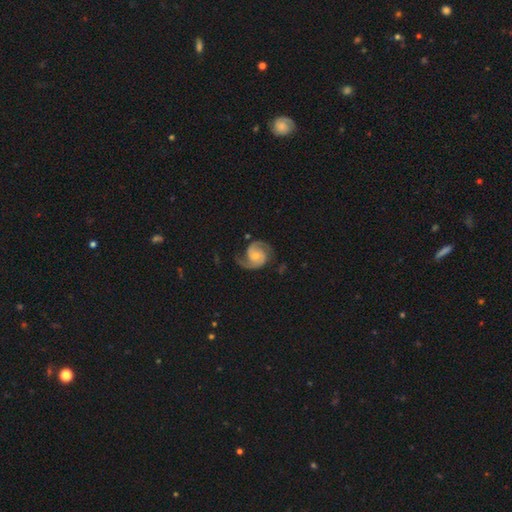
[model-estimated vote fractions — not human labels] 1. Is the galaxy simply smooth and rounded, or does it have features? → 90% featured or disk, 6% smooth, 5% star or artifact.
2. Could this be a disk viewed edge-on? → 98% no, 2% yes.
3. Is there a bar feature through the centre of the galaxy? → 66% no, 28% weak, 6% strong.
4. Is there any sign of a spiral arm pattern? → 98% yes, 2% no.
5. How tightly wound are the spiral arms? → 53% medium, 30% tight, 17% loose.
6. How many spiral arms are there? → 92% 2, 2% 1, 2% can't tell, 2% 3, 1% 4, 1% more than 4.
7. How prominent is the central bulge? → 54% small, 37% moderate, 5% none, 3% large, 1% dominant.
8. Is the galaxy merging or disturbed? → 73% none, 17% minor disturbance, 8% major disturbance, 2% merger.